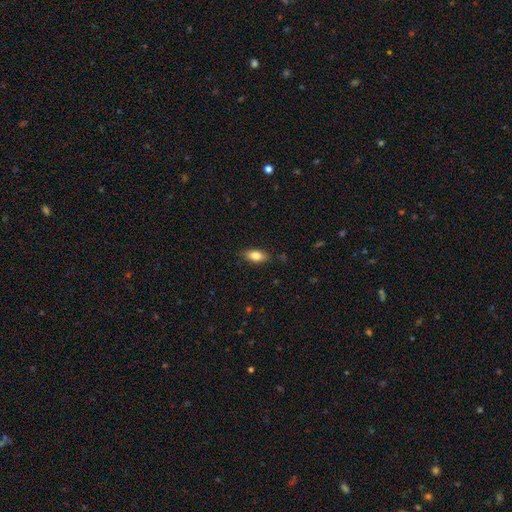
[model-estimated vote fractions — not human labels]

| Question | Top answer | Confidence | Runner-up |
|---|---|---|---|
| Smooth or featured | smooth | 79% | featured or disk (13%) |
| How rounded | in between | 85% | cigar-shaped (11%) |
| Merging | none | 84% | minor disturbance (12%) |